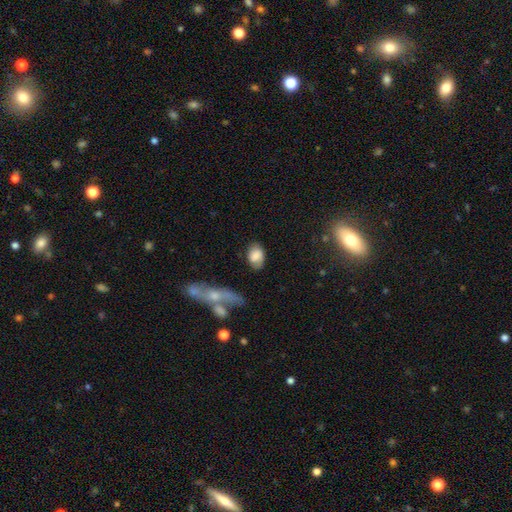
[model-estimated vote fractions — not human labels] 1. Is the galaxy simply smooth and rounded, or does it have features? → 77% smooth, 15% featured or disk, 7% star or artifact.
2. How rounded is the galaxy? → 87% in between, 11% round, 2% cigar-shaped.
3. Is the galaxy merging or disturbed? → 67% none, 22% minor disturbance, 6% major disturbance, 4% merger.